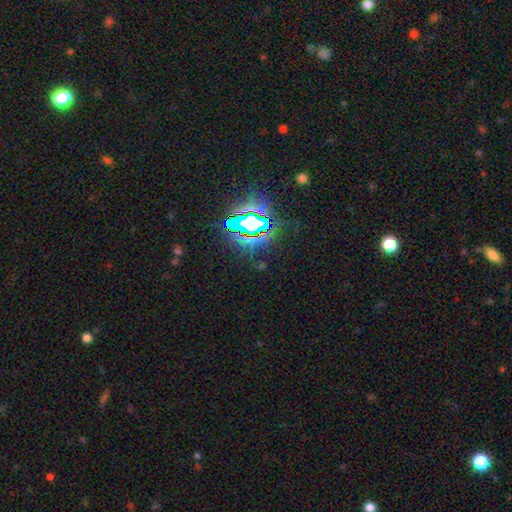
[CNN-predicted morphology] star or artifact 83%, smooth 10%, featured or disk 7%.